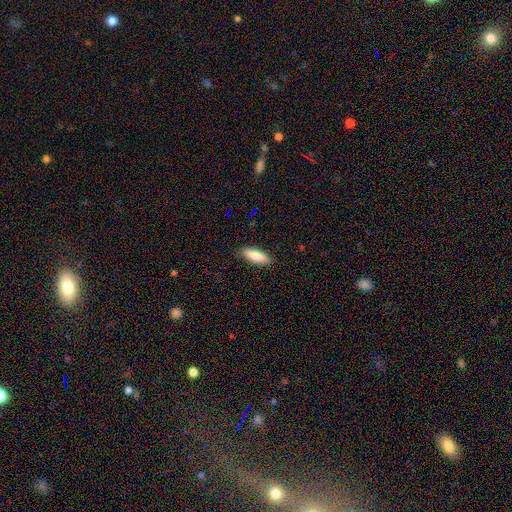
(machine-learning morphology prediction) smooth 81%, featured or disk 13%, star or artifact 6%. Down the decision tree: how rounded — in between (67%); merging — none (88%).